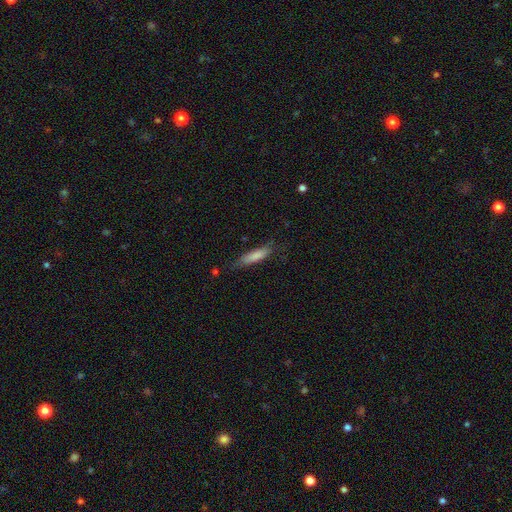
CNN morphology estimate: Smooth or featured: smooth — 79% (featured or disk — 15%)
How rounded: cigar-shaped — 71% (in between — 27%)
Merging: none — 71% (minor disturbance — 22%)